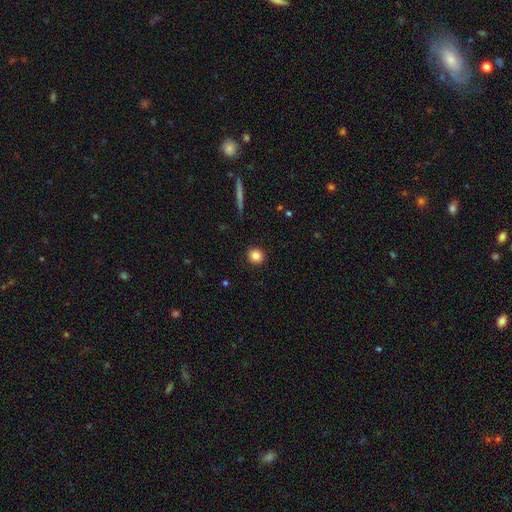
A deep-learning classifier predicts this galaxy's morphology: smooth 84%, star or artifact 10%, featured or disk 6%. Down the decision tree: how rounded — round (92%); merging — none (92%).